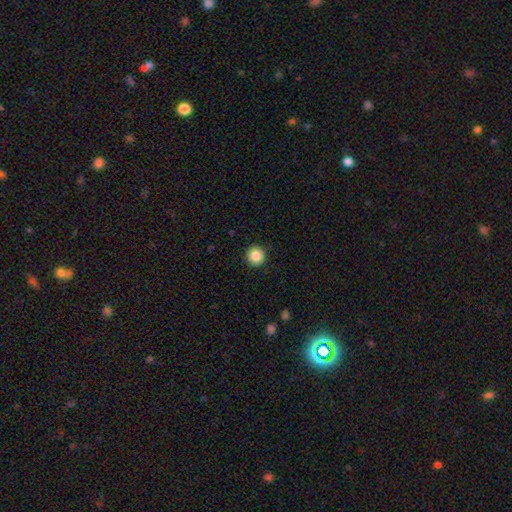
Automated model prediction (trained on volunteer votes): Overall: smooth (87%). How rounded: round (95%). Merging: none (93%).